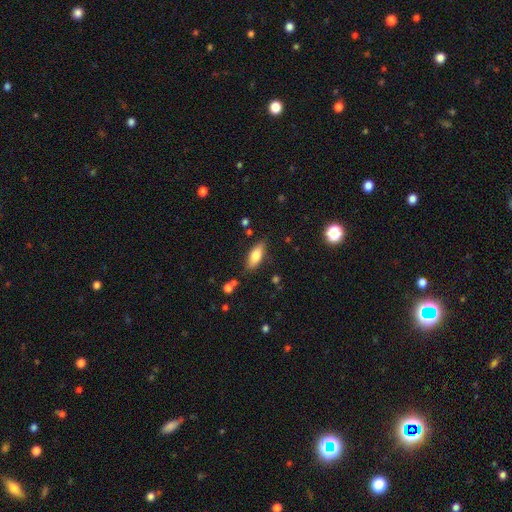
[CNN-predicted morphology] Smooth or featured?
  - smooth: 77% *
  - featured or disk: 16%
  - star or artifact: 7%
How rounded?
  - in between: 79% *
  - cigar-shaped: 19%
  - round: 2%
Merging?
  - none: 81% *
  - minor disturbance: 13%
  - major disturbance: 3%
  - merger: 3%